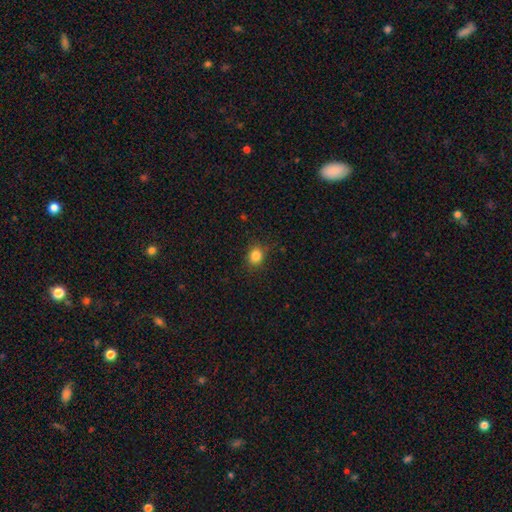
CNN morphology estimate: Q: Smooth or featured?
A: smooth (85%); runner-up: star or artifact (11%)
Q: How rounded?
A: round (62%); runner-up: in between (37%)
Q: Merging?
A: none (85%); runner-up: minor disturbance (11%)